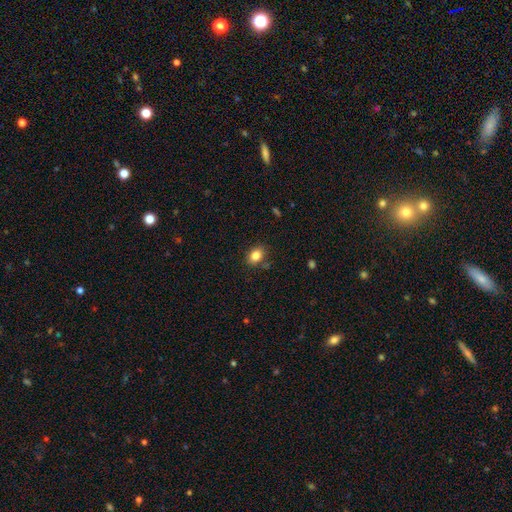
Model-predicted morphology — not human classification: A smooth galaxy with no disk features (84%) that is in between round and cigar-shaped (67%).

Vote fractions:
- Smooth or featured? smooth: 84% / star or artifact: 10% / featured or disk: 7%
- How rounded? in between: 67% / round: 31% / cigar-shaped: 1%
- Merging? none: 82% / minor disturbance: 12% / major disturbance: 3% / merger: 3%